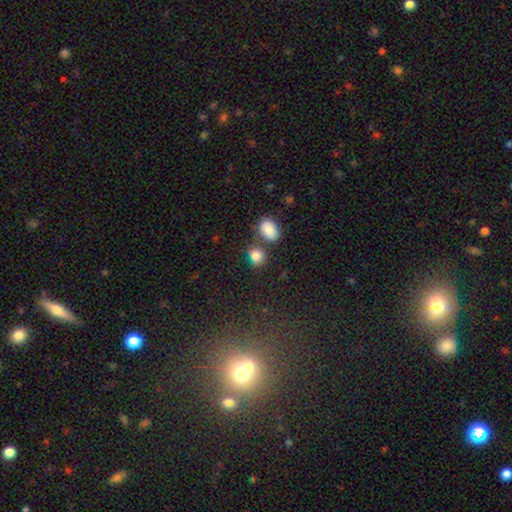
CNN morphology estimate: Smooth or featured: smooth — 84% (star or artifact — 10%)
How rounded: round — 58% (in between — 41%)
Merging: none — 58% (merger — 22%)